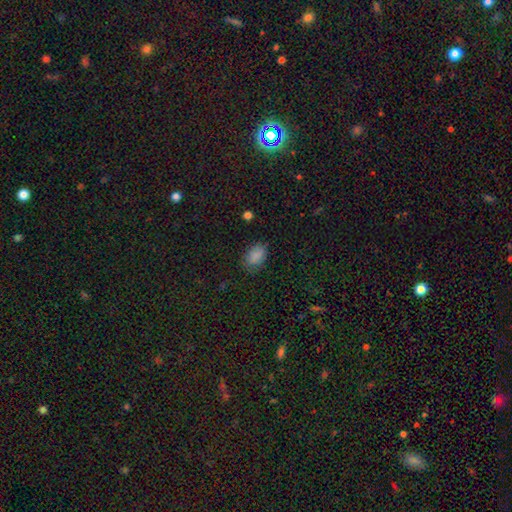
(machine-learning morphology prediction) Smooth or featured?
  - smooth: 85% *
  - star or artifact: 10%
  - featured or disk: 4%
How rounded?
  - in between: 84% *
  - round: 14%
  - cigar-shaped: 1%
Merging?
  - none: 76% *
  - minor disturbance: 18%
  - major disturbance: 4%
  - merger: 1%